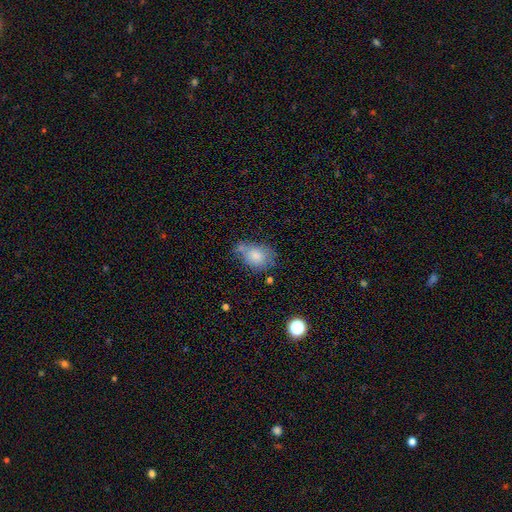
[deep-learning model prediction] Smooth or featured: smooth — 81% (featured or disk — 11%)
How rounded: in between — 68% (round — 31%)
Merging: none — 49% (minor disturbance — 28%)